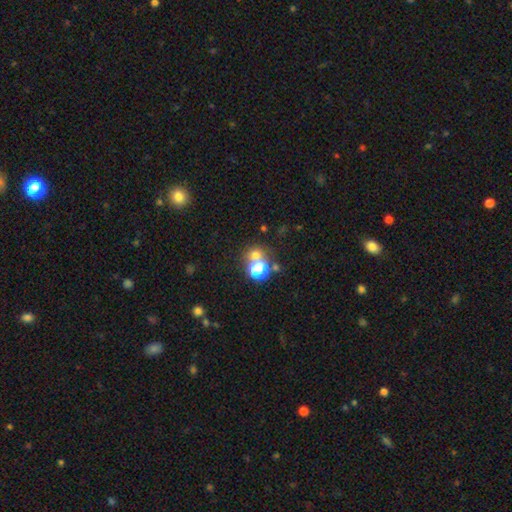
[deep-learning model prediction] Smooth or featured? smooth (60%)
How rounded? round (83%)
Merging? none (61%)